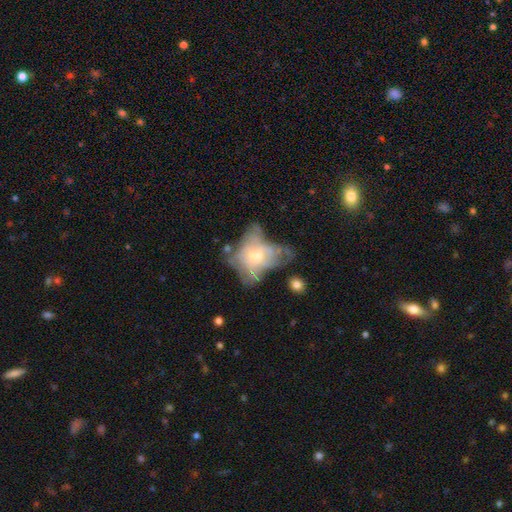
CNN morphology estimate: featured or disk 56%, smooth 35%, star or artifact 10%. Down the decision tree: edge-on disk — no (94%); bar — no (82%); spiral arms — no (76%); bulge size — small (49%); merging — merger (37%).